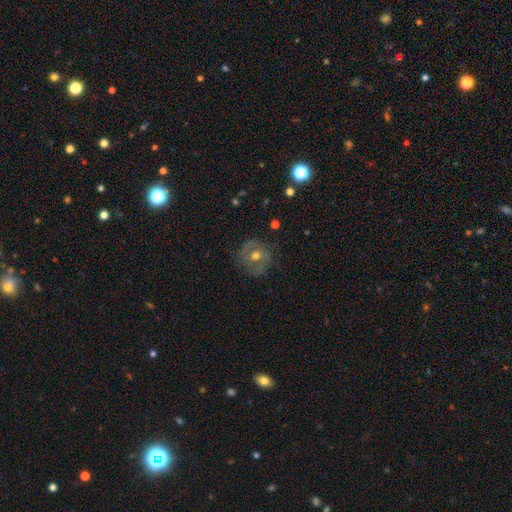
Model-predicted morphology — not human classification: A featured or disk galaxy (56%) with no bar (61%), spiral arms (59%) and a moderate central bulge (74%). Merging: none (77%).